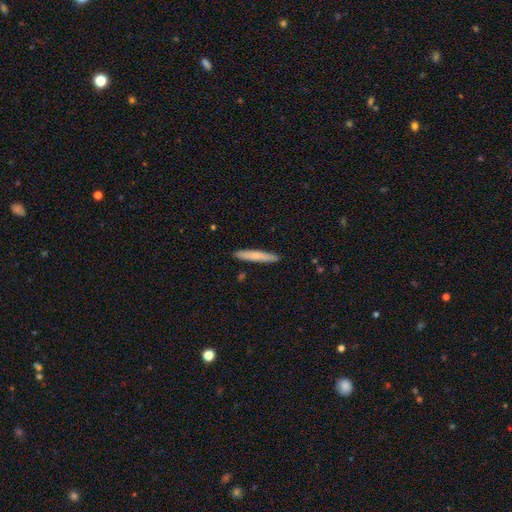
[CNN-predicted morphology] A smooth galaxy with no disk features (72%) that is cigar-shaped (94%). Merging: none (90%).